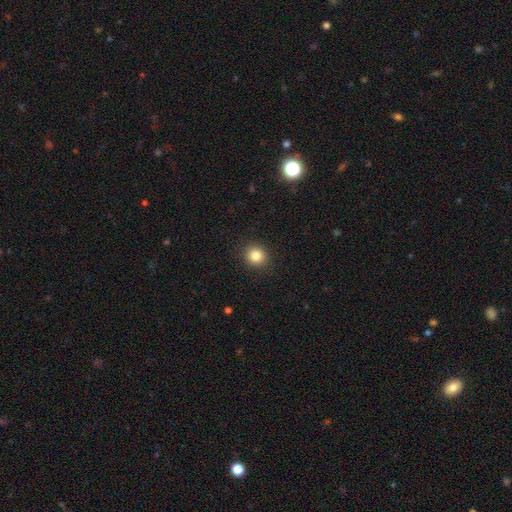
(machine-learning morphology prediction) A smooth galaxy with no disk features (83%) that is round (87%).

Vote fractions:
- Smooth or featured? smooth: 83% / star or artifact: 11% / featured or disk: 5%
- How rounded? round: 87% / in between: 12% / cigar-shaped: 1%
- Merging? none: 91% / minor disturbance: 6% / major disturbance: 2% / merger: 1%